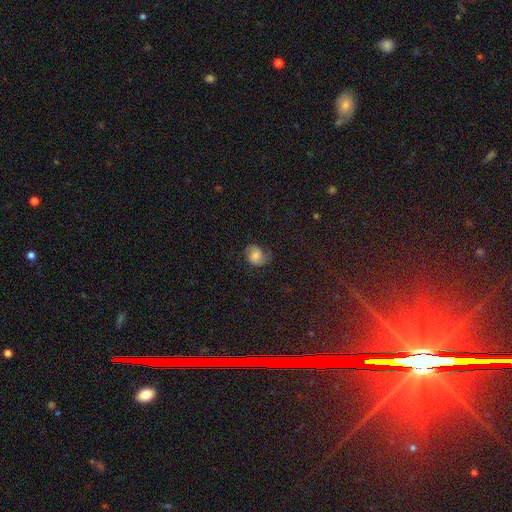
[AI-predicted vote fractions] Smooth or featured: featured or disk — 45% (smooth — 44%)
Merging: none — 65% (minor disturbance — 22%)